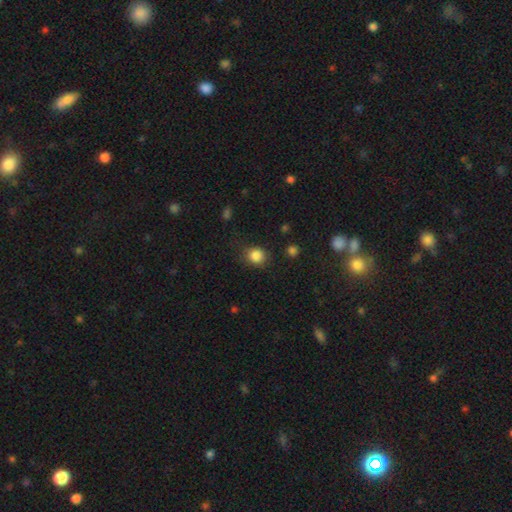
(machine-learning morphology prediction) Smooth or featured? Predicted: smooth (p=0.85). How rounded? Predicted: round (p=0.76). Merging? Predicted: none (p=0.78).